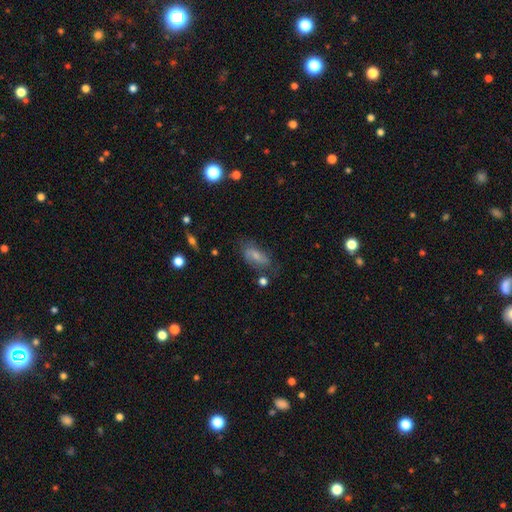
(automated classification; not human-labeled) A smooth galaxy with no disk features (52%) that is in between round and cigar-shaped (84%). Merging: none (59%).